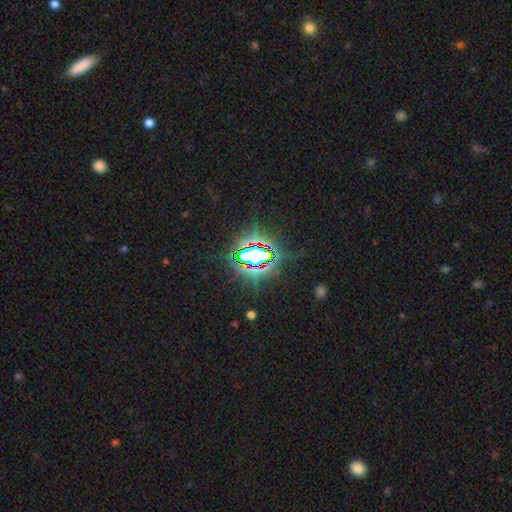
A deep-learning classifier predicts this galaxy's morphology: Smooth or featured?
  - star or artifact: 77% *
  - smooth: 12%
  - featured or disk: 10%